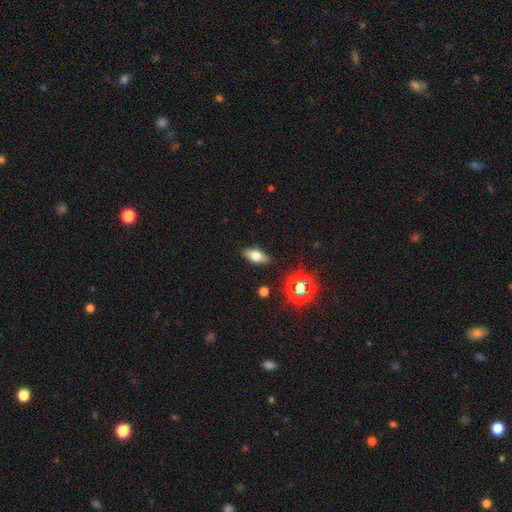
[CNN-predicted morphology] smooth 62%, featured or disk 25%, star or artifact 13%. Down the decision tree: how rounded — in between (79%); merging — none (87%).